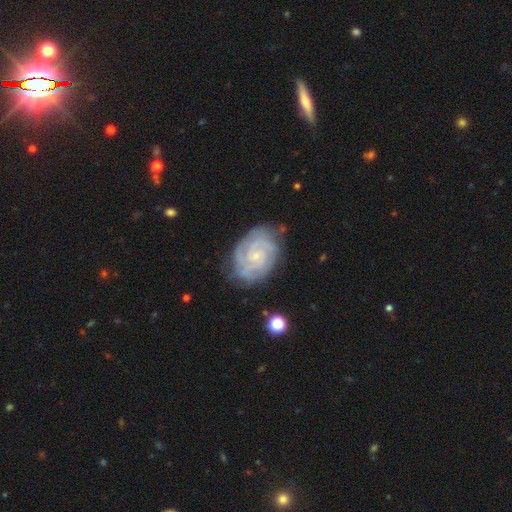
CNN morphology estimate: A featured or disk galaxy (88%) with no bar (68%), 2 (37%) tight (77%) spiral arms (98%) and a small central bulge (80%). Merging: none (76%).